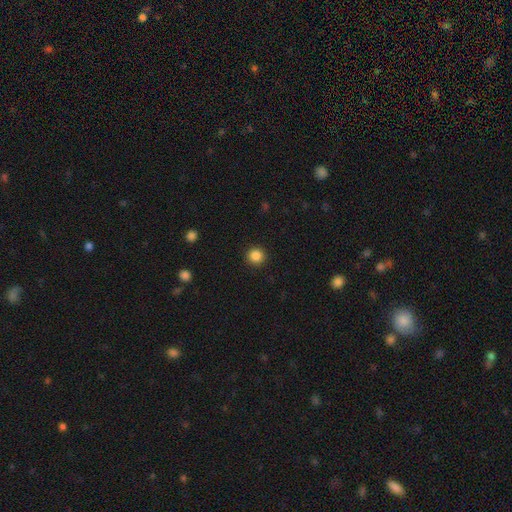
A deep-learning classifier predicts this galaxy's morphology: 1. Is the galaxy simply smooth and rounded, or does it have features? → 86% smooth, 11% star or artifact, 3% featured or disk.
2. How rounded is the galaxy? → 95% round, 4% in between, 1% cigar-shaped.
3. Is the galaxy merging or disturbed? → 93% none, 5% minor disturbance, 2% major disturbance, 1% merger.